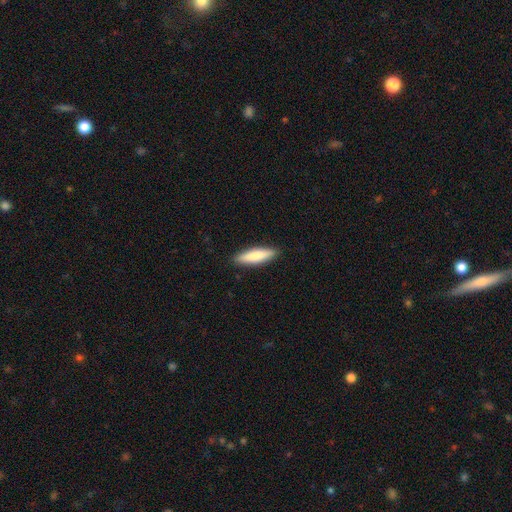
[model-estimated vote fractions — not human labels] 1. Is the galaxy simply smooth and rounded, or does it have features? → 81% smooth, 14% featured or disk, 5% star or artifact.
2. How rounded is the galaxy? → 73% cigar-shaped, 25% in between, 1% round.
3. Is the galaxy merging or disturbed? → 90% none, 7% minor disturbance, 2% major disturbance, 1% merger.